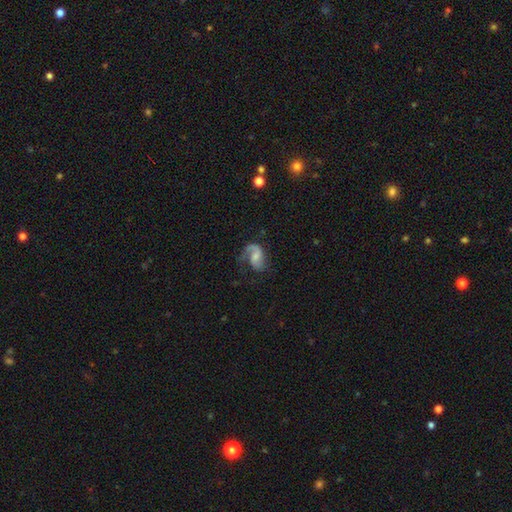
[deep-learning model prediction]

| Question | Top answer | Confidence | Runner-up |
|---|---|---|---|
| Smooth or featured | featured or disk | 74% | smooth (19%) |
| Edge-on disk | no | 97% | yes (3%) |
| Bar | no | 47% | weak (41%) |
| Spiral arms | yes | 93% | no (7%) |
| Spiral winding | loose | 48% | medium (40%) |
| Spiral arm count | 2 | 53% | 1 (41%) |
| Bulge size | small | 39% | moderate (32%) |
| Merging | none | 46% | major disturbance (30%) |